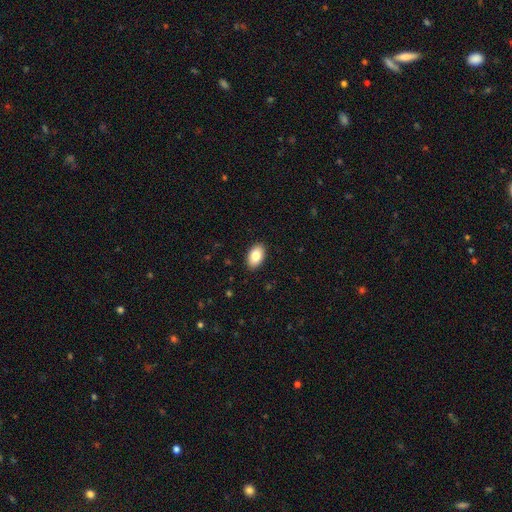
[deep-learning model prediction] A smooth galaxy with no disk features (83%) that is in between round and cigar-shaped (93%). Merging: none (90%).